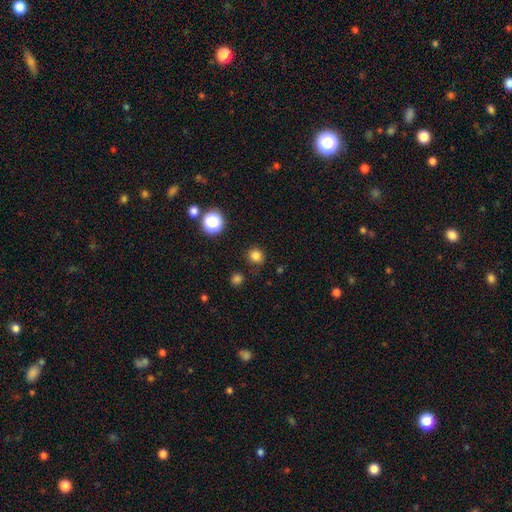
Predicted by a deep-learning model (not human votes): This appears to be a smooth galaxy with no disk features (80%) that is round (89%). Merging: none (82%).